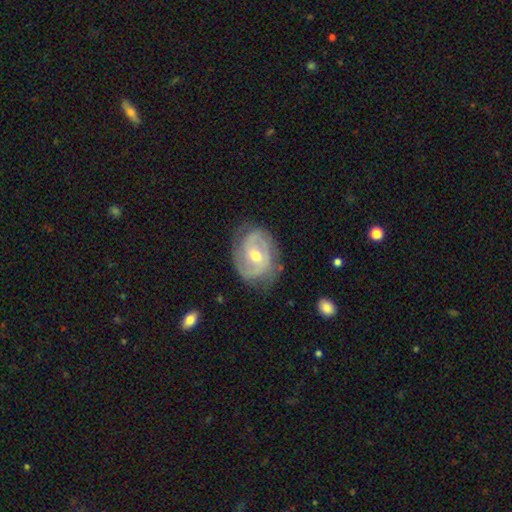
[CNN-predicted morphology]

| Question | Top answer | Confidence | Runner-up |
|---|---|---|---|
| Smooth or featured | featured or disk | 85% | smooth (10%) |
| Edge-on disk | no | 97% | yes (3%) |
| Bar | no | 46% | weak (40%) |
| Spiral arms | yes | 93% | no (7%) |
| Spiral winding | tight | 48% | medium (40%) |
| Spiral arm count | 2 | 67% | can't tell (14%) |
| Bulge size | moderate | 60% | small (37%) |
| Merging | none | 72% | minor disturbance (20%) |